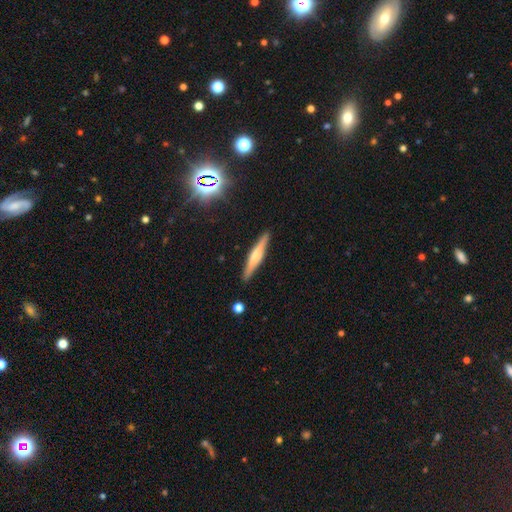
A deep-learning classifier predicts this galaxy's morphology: Smooth or featured? featured or disk (54%)
Edge-on disk? yes (97%)
Edge-on bulge? rounded (62%)
Merging? none (90%)